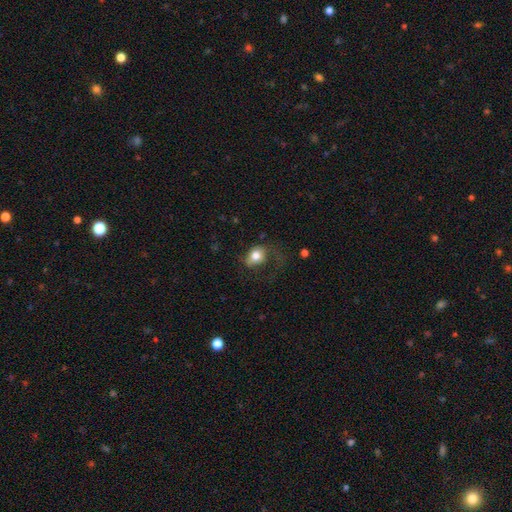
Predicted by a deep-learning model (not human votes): This is likely a smooth galaxy (74%). How rounded: possibly in between (58%). Merging: marginally none (39%).